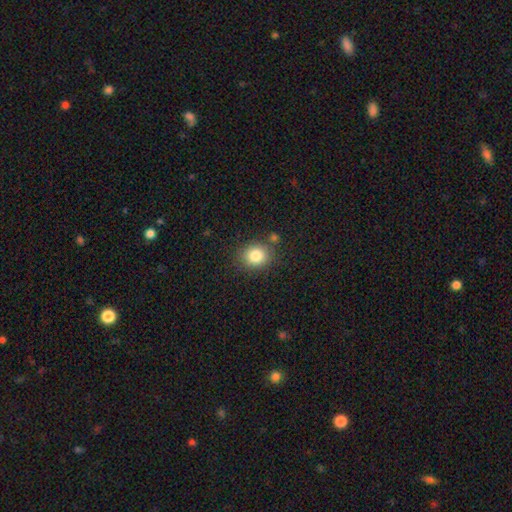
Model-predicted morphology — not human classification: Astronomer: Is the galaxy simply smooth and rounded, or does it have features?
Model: smooth — 83%.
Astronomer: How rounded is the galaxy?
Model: round — 67%.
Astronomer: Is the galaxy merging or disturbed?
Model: none — 80%.